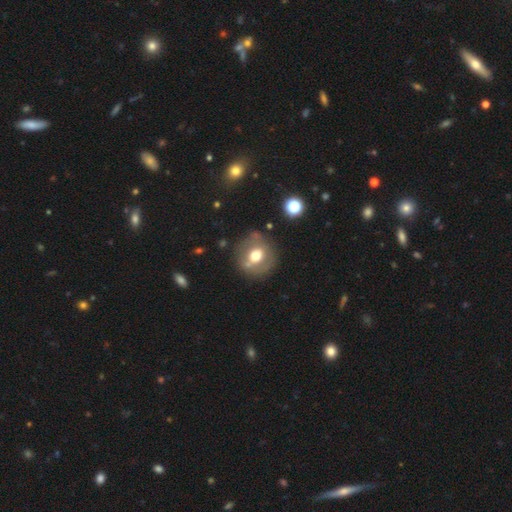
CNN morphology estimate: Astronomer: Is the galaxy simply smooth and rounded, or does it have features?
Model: smooth — 53% (runner-up: featured or disk, 38%).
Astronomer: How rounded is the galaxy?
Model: round — 77%.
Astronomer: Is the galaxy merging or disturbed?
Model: none — 71%.